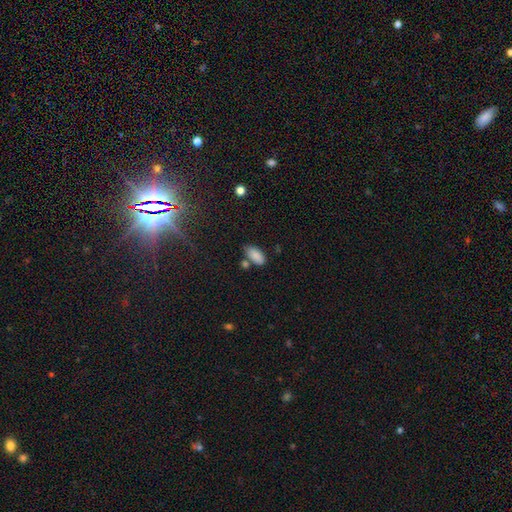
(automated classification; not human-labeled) Morphology: type=smooth (86%); roundness=in between (91%); merging=none (66%).